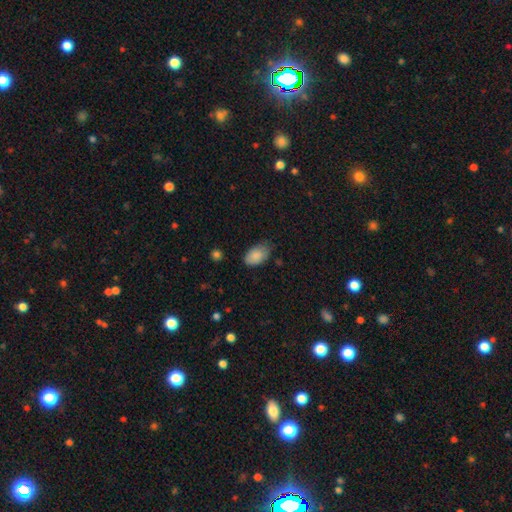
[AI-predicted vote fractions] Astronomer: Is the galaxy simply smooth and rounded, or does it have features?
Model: smooth — 87%.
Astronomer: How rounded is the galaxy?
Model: in between — 92%.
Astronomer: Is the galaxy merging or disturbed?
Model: none — 67%.